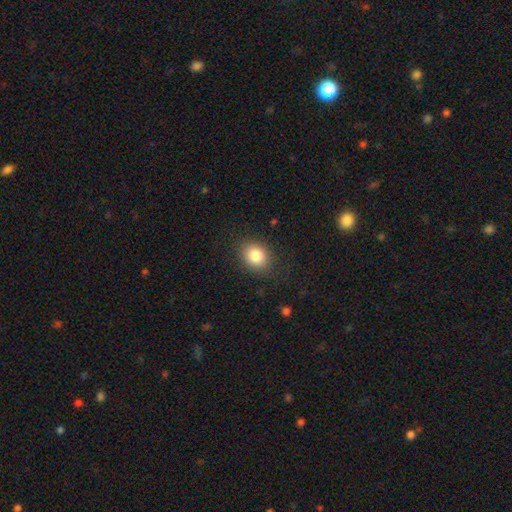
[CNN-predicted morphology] Q: Smooth or featured?
A: smooth (83%); runner-up: star or artifact (10%)
Q: How rounded?
A: round (57%); runner-up: in between (42%)
Q: Merging?
A: none (85%); runner-up: minor disturbance (11%)